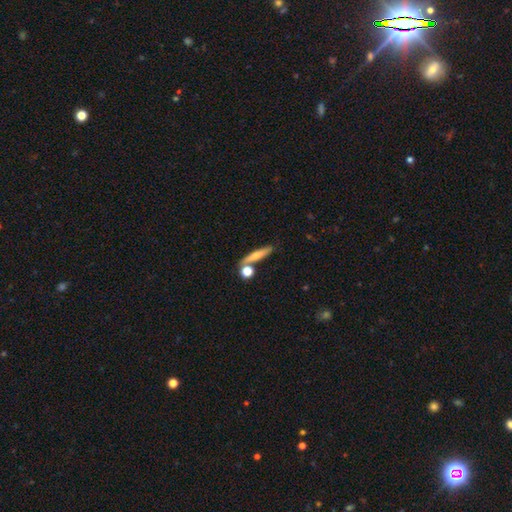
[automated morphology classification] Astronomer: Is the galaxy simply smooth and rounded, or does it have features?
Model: smooth — 60%.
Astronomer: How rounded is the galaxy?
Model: cigar-shaped — 77%.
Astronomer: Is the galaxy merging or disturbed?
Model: none — 71%.